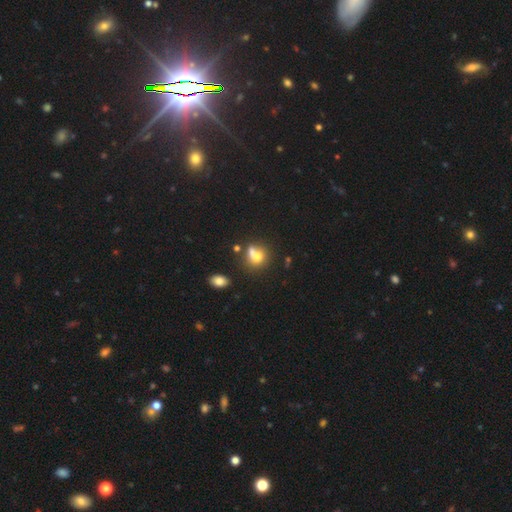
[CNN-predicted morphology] This is likely a smooth galaxy (69%). How rounded: likely round (64%). Merging: marginally merger (41%).